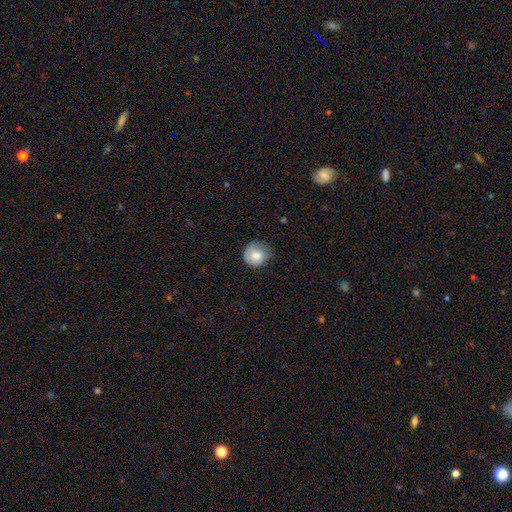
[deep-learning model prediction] This is likely a smooth galaxy (75%). How rounded: clearly round (86%). Merging: likely none (61%).